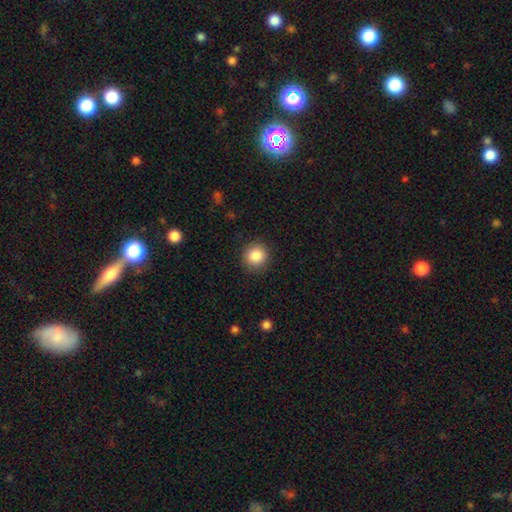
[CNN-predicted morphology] This appears to be a smooth galaxy with no disk features (87%) that is round (88%). Merging: none (89%).